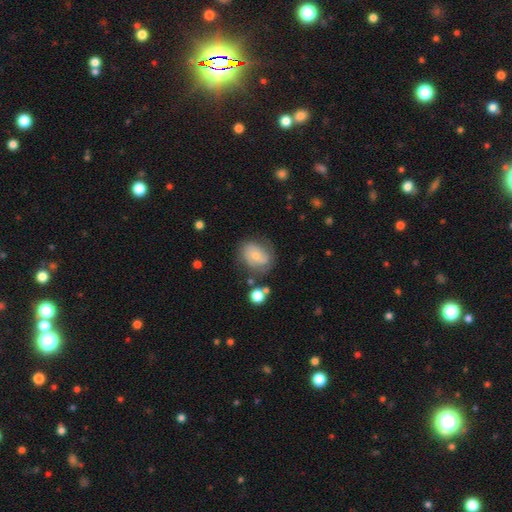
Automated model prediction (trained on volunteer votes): Smooth or featured? featured or disk (48%)
Merging? none (61%)